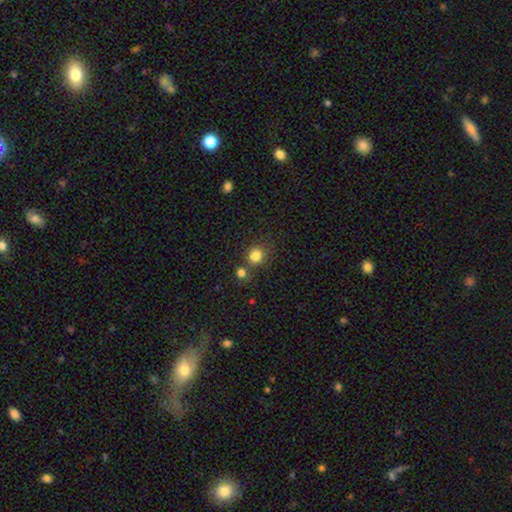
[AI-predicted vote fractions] Smooth or featured? smooth (81%)
How rounded? round (84%)
Merging? none (67%)